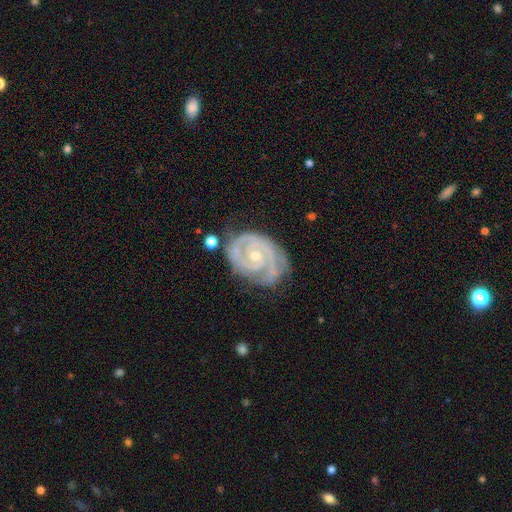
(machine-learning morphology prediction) Q: Smooth or featured?
A: featured or disk (91%); runner-up: star or artifact (5%)
Q: Edge-on disk?
A: no (97%); runner-up: yes (3%)
Q: Bar?
A: no (68%); runner-up: weak (25%)
Q: Spiral arms?
A: yes (98%); runner-up: no (2%)
Q: Spiral winding?
A: tight (76%); runner-up: medium (21%)
Q: Spiral arm count?
A: 2 (63%); runner-up: 3 (18%)
Q: Bulge size?
A: small (63%); runner-up: moderate (34%)
Q: Merging?
A: none (69%); runner-up: minor disturbance (22%)